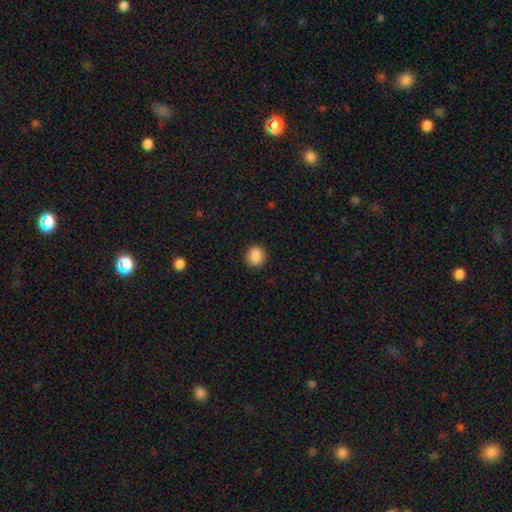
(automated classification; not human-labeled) A smooth galaxy with no disk features (89%) that is round (85%).

Vote fractions:
- Smooth or featured? smooth: 89% / star or artifact: 8% / featured or disk: 3%
- How rounded? round: 85% / in between: 14% / cigar-shaped: 1%
- Merging? none: 90% / minor disturbance: 7% / major disturbance: 2% / merger: 1%